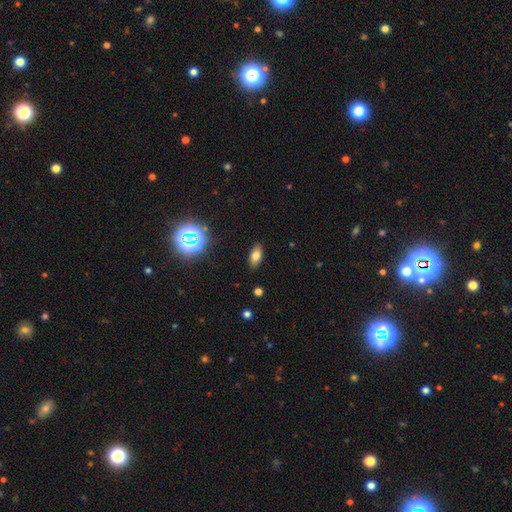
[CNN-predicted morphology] smooth-or-featured: smooth: 73% | star or artifact: 15% | featured or disk: 11%
  how-rounded: in between: 88% | cigar-shaped: 7% | round: 5%
  merging: none: 87% | minor disturbance: 9% | major disturbance: 2% | merger: 1%